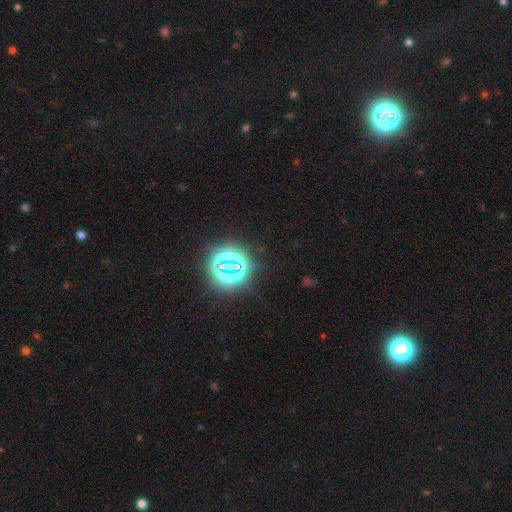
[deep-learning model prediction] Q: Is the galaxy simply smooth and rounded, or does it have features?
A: star or artifact — 72%.